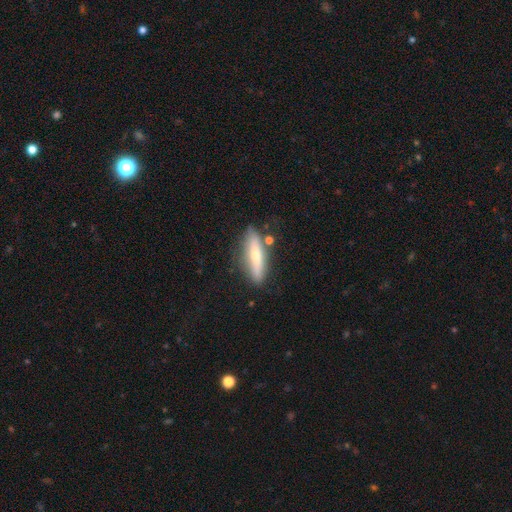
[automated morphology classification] Smooth or featured? smooth (51%)
How rounded? cigar-shaped (70%)
Merging? none (77%)